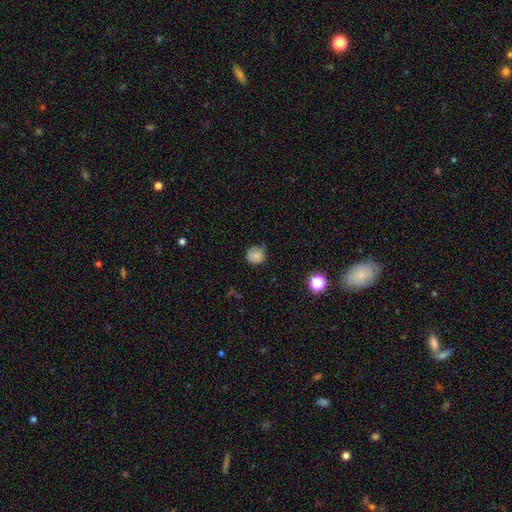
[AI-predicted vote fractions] Overall: smooth (79%). How rounded: round (87%). Merging: none (62%; minor disturbance 30%).